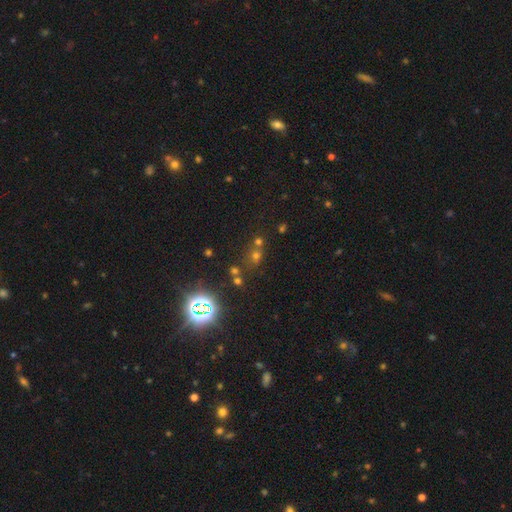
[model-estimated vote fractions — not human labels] The model was most divided on "smooth or featured": star or artifact: 54%, smooth: 37%, featured or disk: 9%.